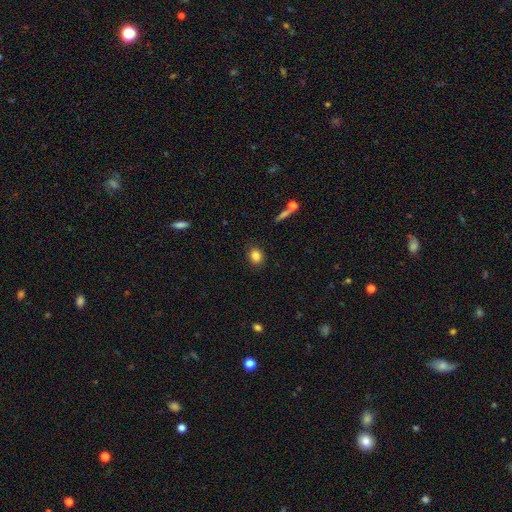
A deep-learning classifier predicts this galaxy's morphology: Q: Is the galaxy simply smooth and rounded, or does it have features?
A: smooth — 85%.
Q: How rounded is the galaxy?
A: round — 54%.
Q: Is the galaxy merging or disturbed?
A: none — 88%.